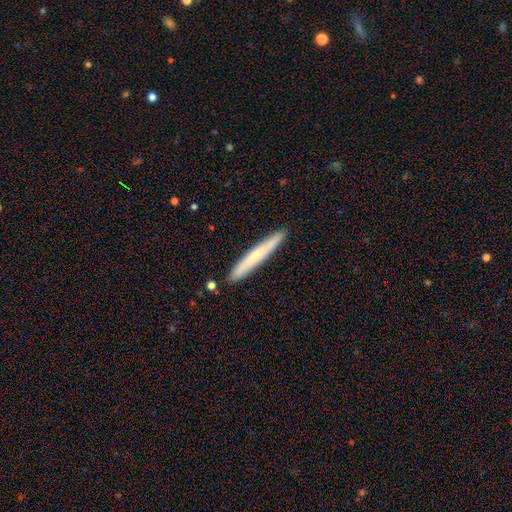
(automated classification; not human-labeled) Smooth or featured? smooth (60%)
How rounded? cigar-shaped (96%)
Merging? none (90%)